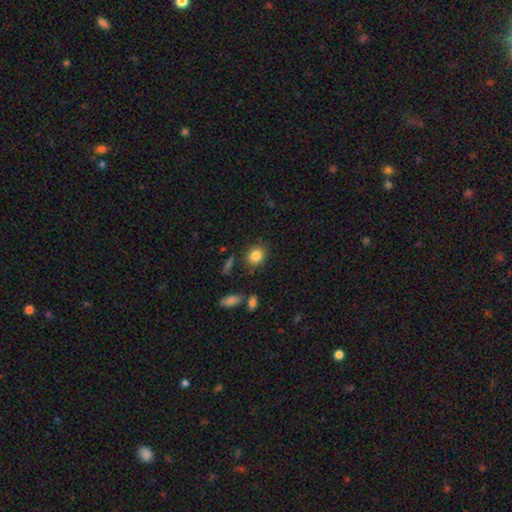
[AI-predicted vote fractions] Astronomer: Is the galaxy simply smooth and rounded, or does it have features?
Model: smooth — 84%.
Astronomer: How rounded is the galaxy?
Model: round — 70%.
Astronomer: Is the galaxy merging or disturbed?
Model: none — 82%.